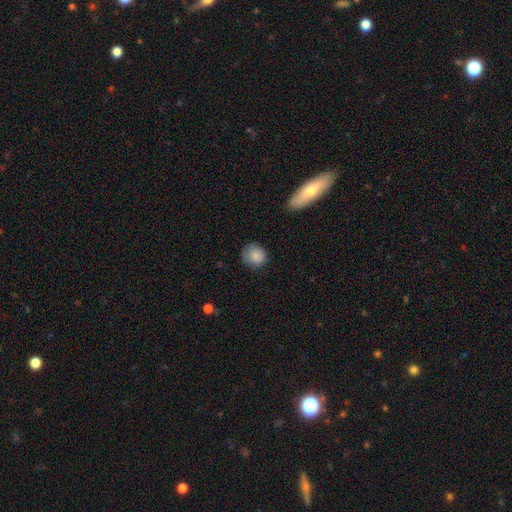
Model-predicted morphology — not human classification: smooth 87%, star or artifact 8%, featured or disk 5%. Down the decision tree: how rounded — round (85%); merging — none (77%).